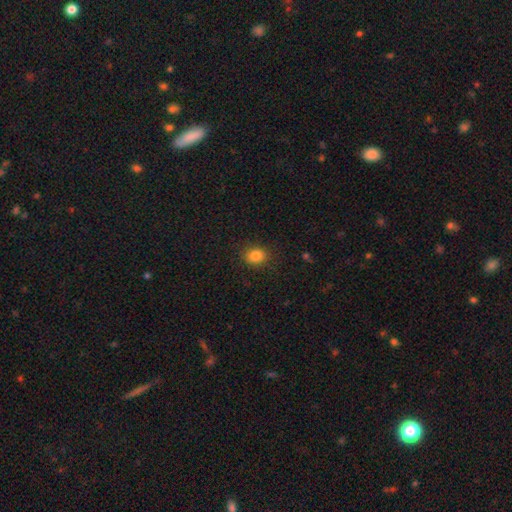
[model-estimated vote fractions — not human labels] Smooth or featured? Predicted: smooth (p=0.84). How rounded? Predicted: round (p=0.56). Merging? Predicted: none (p=0.87).